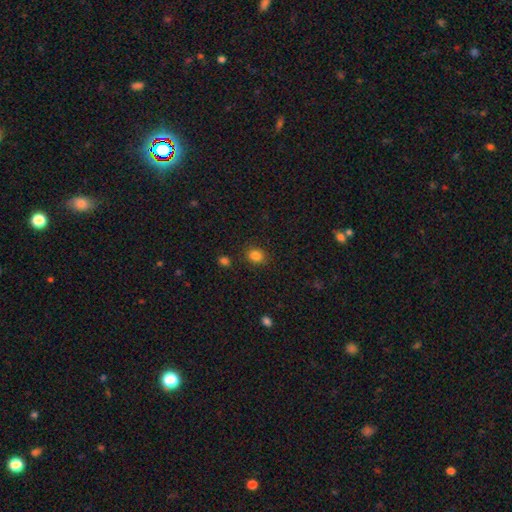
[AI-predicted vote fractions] Smooth or featured? Predicted: smooth (p=0.84). How rounded? Predicted: round (p=0.56). Merging? Predicted: none (p=0.86).